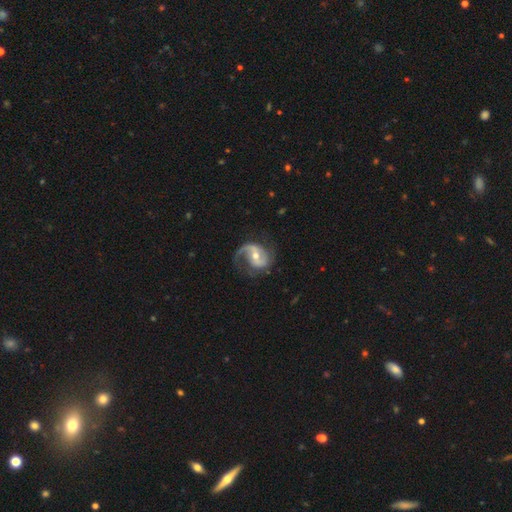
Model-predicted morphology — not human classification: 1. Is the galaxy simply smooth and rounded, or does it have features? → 89% featured or disk, 6% smooth, 5% star or artifact.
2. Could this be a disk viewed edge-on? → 98% no, 2% yes.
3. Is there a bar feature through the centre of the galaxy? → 42% weak, 35% no, 23% strong.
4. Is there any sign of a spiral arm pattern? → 97% yes, 3% no.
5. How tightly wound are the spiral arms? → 48% medium, 38% loose, 15% tight.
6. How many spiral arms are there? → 74% 2, 20% 1, 3% can't tell, 1% 3, 1% 4, 1% more than 4.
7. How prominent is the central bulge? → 58% moderate, 38% small, 2% large, 1% none, 1% dominant.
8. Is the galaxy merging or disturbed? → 65% none, 19% minor disturbance, 14% major disturbance, 2% merger.